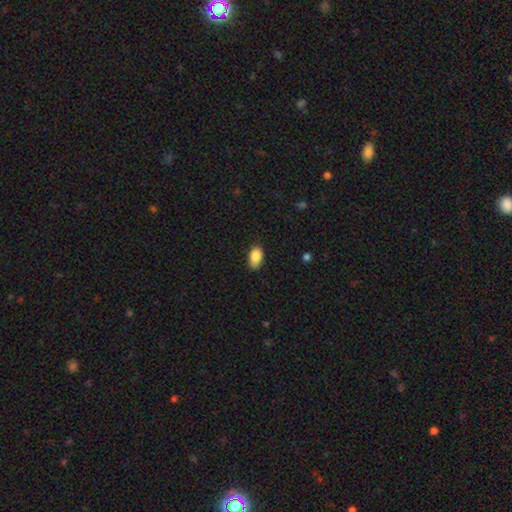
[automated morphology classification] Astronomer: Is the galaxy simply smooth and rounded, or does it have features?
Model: smooth — 87%.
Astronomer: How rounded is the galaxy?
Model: in between — 91%.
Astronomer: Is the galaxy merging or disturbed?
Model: none — 80%.